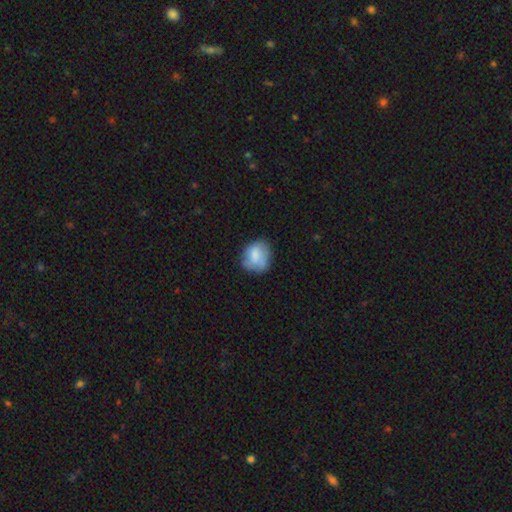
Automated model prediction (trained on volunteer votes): smooth 74%, featured or disk 18%, star or artifact 8%. Down the decision tree: how rounded — round (62%); merging — none (59%).